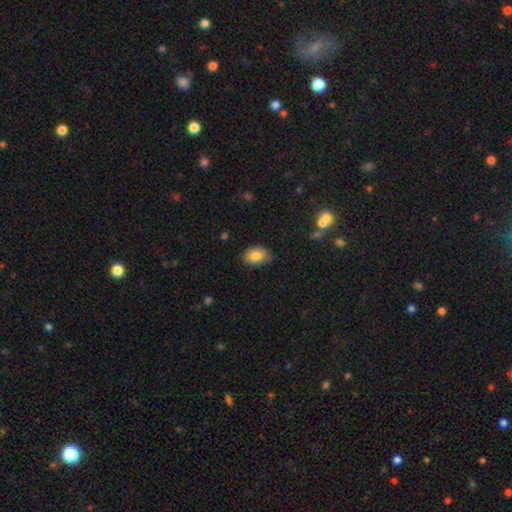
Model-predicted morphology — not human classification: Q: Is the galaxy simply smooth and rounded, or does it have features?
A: smooth — 83%.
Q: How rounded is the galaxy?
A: in between — 81%.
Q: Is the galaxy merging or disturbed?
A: none — 70%.